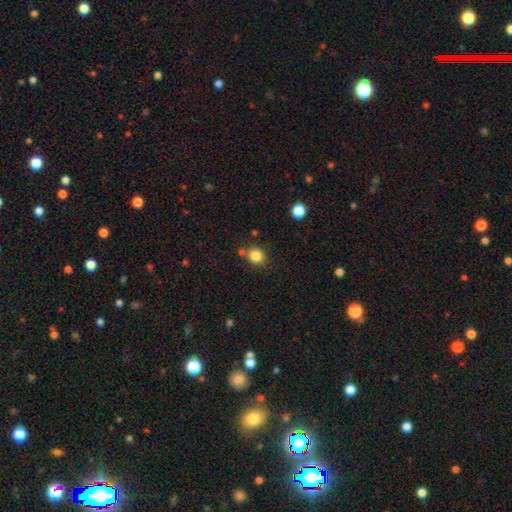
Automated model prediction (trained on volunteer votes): smooth-or-featured: smooth: 84% | star or artifact: 11% | featured or disk: 5%
  how-rounded: round: 79% | in between: 20% | cigar-shaped: 1%
  merging: none: 77% | merger: 10% | minor disturbance: 10% | major disturbance: 3%